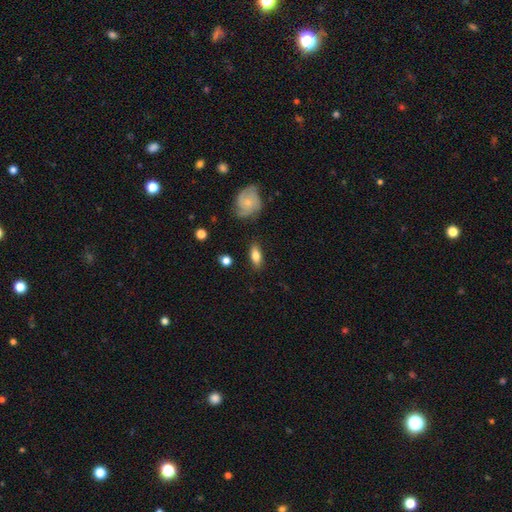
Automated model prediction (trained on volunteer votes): smooth-or-featured: smooth: 73% | featured or disk: 20% | star or artifact: 7%
  how-rounded: in between: 78% | cigar-shaped: 17% | round: 5%
  merging: none: 82% | minor disturbance: 13% | major disturbance: 3% | merger: 3%